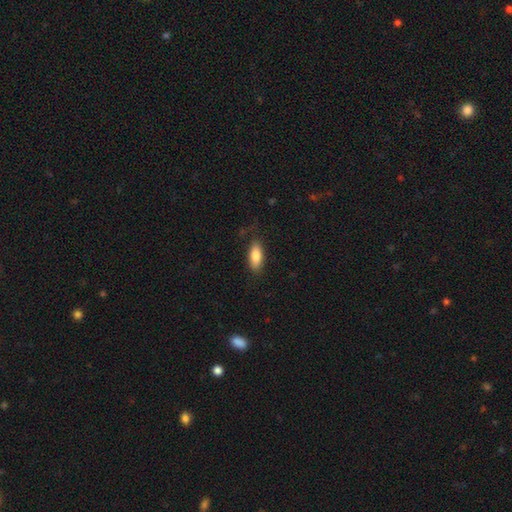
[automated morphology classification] A smooth galaxy with no disk features (83%) that is in between round and cigar-shaped (79%).

Vote fractions:
- Smooth or featured? smooth: 83% / featured or disk: 10% / star or artifact: 6%
- How rounded? in between: 79% / cigar-shaped: 18% / round: 2%
- Merging? none: 80% / minor disturbance: 15% / major disturbance: 4% / merger: 1%